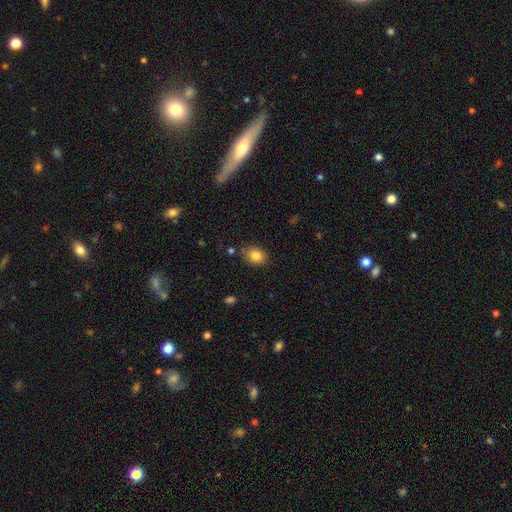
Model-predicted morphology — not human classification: Smooth or featured? smooth (84%)
How rounded? in between (63%)
Merging? none (79%)